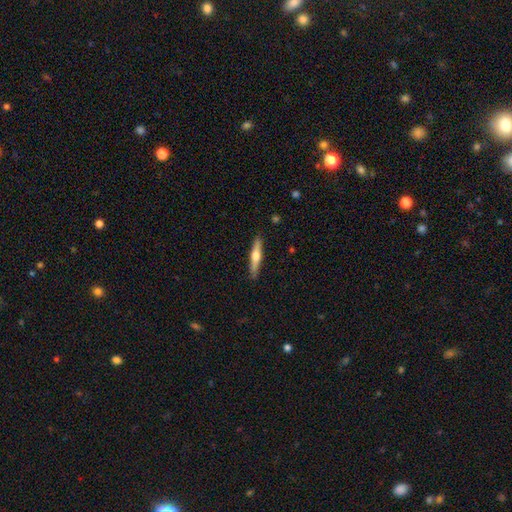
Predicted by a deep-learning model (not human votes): Smooth or featured? Predicted: featured or disk (p=0.54). Edge-on disk? Predicted: yes (p=0.96). Edge-on bulge? Predicted: rounded (p=0.92). Merging? Predicted: none (p=0.89).